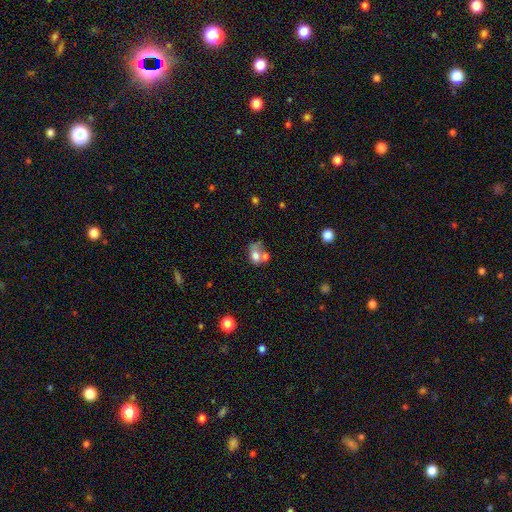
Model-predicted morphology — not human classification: Smooth or featured? smooth (66%)
How rounded? in between (65%)
Merging? merger (49%)